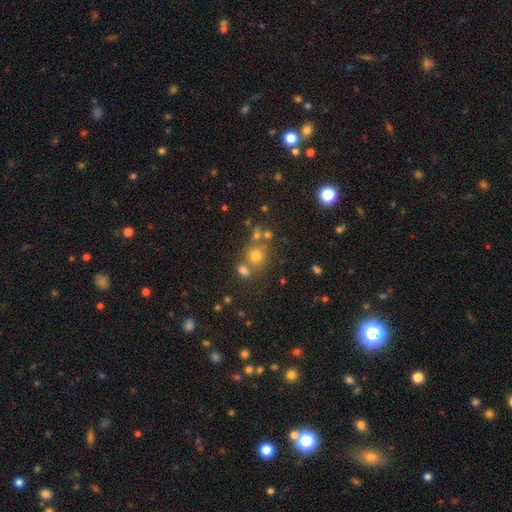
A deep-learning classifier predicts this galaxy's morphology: Smooth or featured? Predicted: smooth (p=0.64). How rounded? Predicted: round (p=0.82). Merging? Predicted: none (p=0.59).